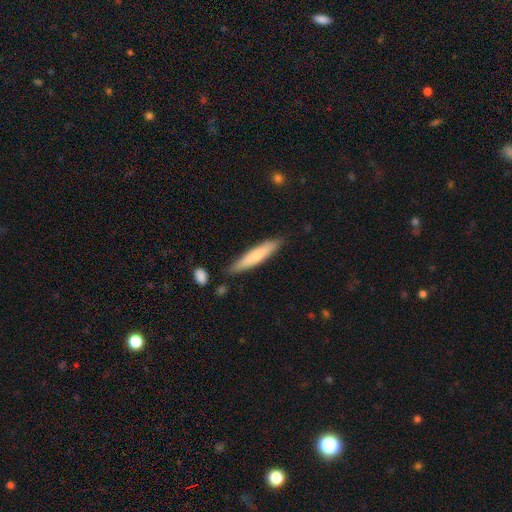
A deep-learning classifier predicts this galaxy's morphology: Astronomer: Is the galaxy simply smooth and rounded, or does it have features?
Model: smooth — 73%.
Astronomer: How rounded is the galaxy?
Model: cigar-shaped — 88%.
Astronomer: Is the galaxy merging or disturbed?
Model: none — 82%.